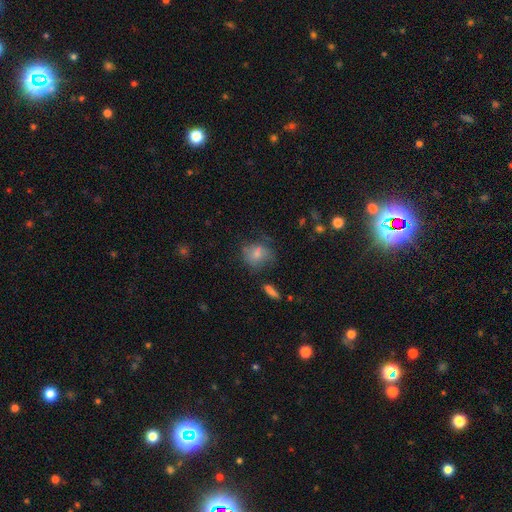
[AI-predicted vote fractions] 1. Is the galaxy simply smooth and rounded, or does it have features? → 51% smooth, 27% featured or disk, 22% star or artifact.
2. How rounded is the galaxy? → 68% round, 30% in between, 2% cigar-shaped.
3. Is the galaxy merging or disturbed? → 63% none, 22% minor disturbance, 11% major disturbance, 4% merger.